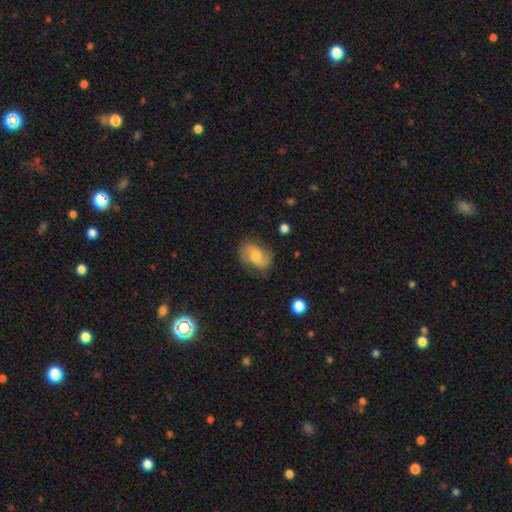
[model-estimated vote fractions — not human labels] smooth-or-featured: featured or disk: 57% | smooth: 35% | star or artifact: 8%
  disk-edge-on: no: 97% | yes: 3%
    bar: no: 53% | weak: 39% | strong: 8%
    has-spiral-arms: yes: 88% | no: 12%
    bulge-size: moderate: 64% | small: 23% | large: 9% | none: 3% | dominant: 1%
  merging: none: 72% | minor disturbance: 20% | major disturbance: 7% | merger: 2%